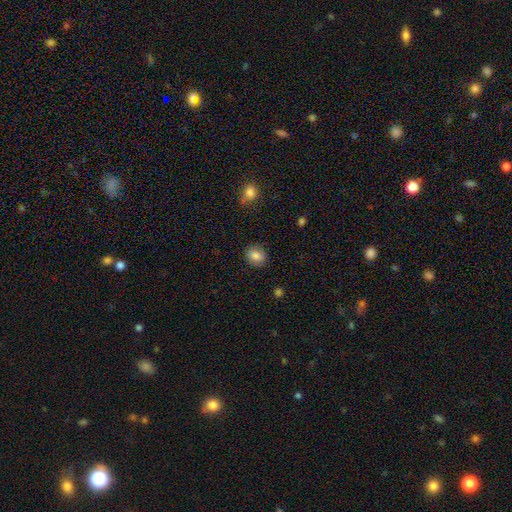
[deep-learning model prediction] Q: Smooth or featured?
A: smooth (79%); runner-up: featured or disk (12%)
Q: How rounded?
A: round (57%); runner-up: in between (42%)
Q: Merging?
A: none (83%); runner-up: minor disturbance (12%)